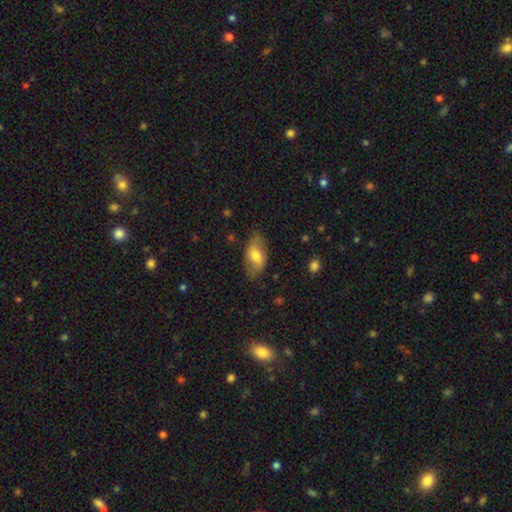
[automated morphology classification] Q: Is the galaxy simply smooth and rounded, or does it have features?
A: smooth — 57%.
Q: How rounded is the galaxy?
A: in between — 91%.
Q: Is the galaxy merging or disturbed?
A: none — 74%.